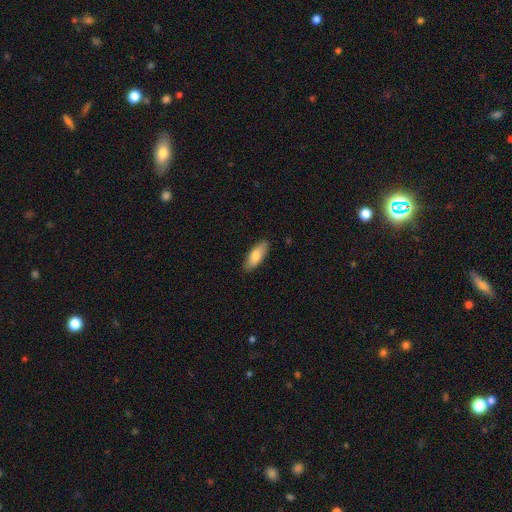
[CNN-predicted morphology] A smooth galaxy with no disk features (82%) that is in between round and cigar-shaped (73%).

Vote fractions:
- Smooth or featured? smooth: 82% / featured or disk: 12% / star or artifact: 5%
- How rounded? in between: 73% / cigar-shaped: 25% / round: 2%
- Merging? none: 87% / minor disturbance: 10% / major disturbance: 2% / merger: 1%